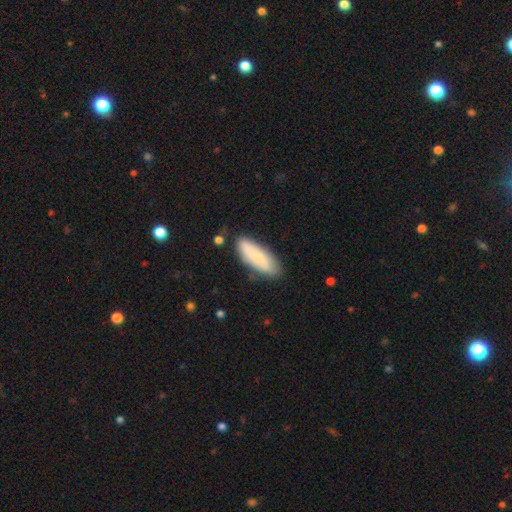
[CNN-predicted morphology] Smooth or featured? Predicted: smooth (p=0.76). How rounded? Predicted: in between (p=0.65). Merging? Predicted: none (p=0.76).